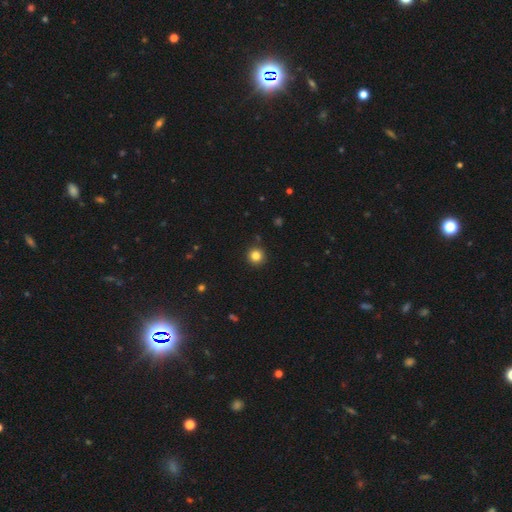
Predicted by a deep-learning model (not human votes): smooth_or_featured: smooth (p=0.83) [alt: star or artifact p=0.12]
how_rounded: round (p=0.95) [alt: in between p=0.04]
merging: none (p=0.92) [alt: minor disturbance p=0.05]